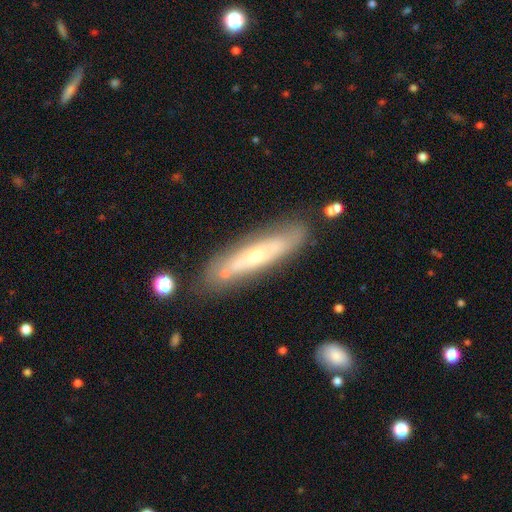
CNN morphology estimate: Smooth or featured? Predicted: featured or disk (p=0.56). Edge-on disk? Predicted: yes (p=0.52). Merging? Predicted: none (p=0.74).